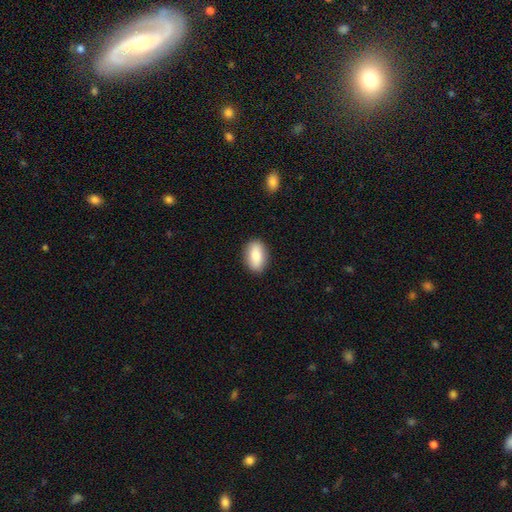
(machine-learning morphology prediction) smooth-or-featured: smooth: 83% | featured or disk: 11% | star or artifact: 7%
  how-rounded: in between: 89% | round: 9% | cigar-shaped: 3%
  merging: none: 88% | minor disturbance: 9% | major disturbance: 2% | merger: 1%